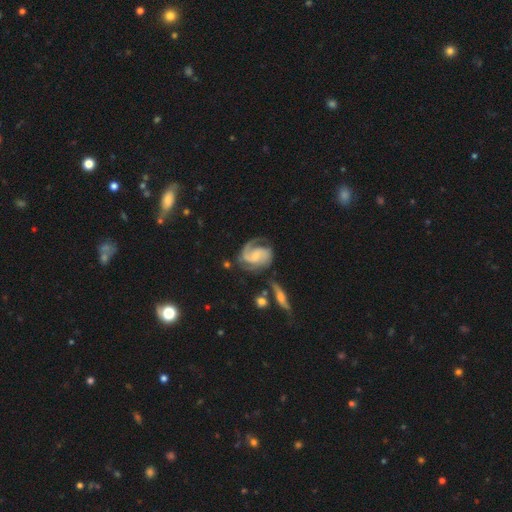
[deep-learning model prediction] The model was most divided on "bar": no: 47%, weak: 41%, strong: 12%. Remaining: edge-on disk — no (98%); spiral arms — yes (97%); smooth or featured — featured or disk (86%); spiral arm count — 2 (67%); merging — none (60%); bulge size — small (49%); spiral winding — medium (48%).